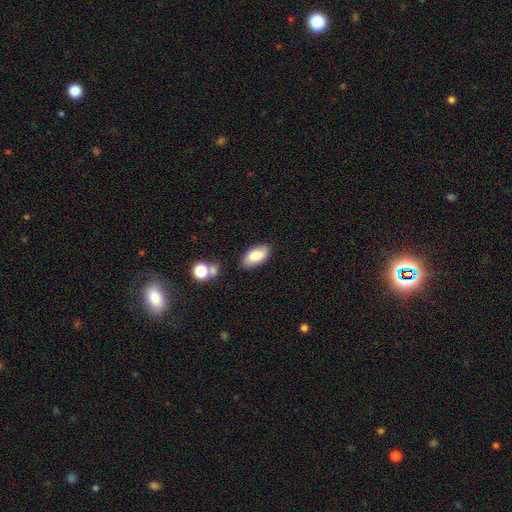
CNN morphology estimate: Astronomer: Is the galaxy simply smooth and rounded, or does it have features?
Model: smooth — 81%.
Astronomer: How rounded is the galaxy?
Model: in between — 93%.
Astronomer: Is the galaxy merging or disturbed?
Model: none — 79%.